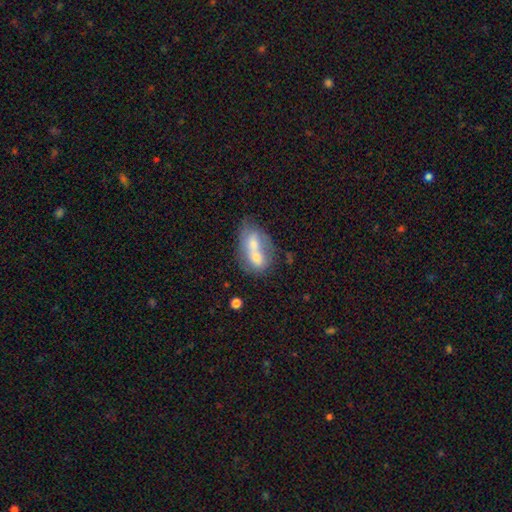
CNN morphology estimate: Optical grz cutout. It shows a smooth galaxy with no disk features (58%) that is in between round and cigar-shaped (77%). Merging: merger (70%).